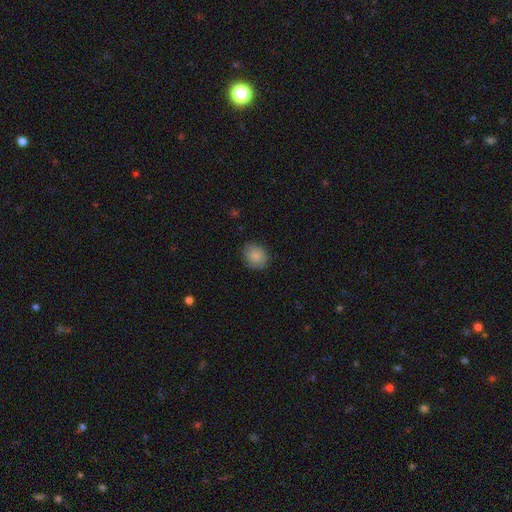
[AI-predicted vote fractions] Q: Smooth or featured?
A: smooth (85%); runner-up: star or artifact (8%)
Q: How rounded?
A: round (63%); runner-up: in between (36%)
Q: Merging?
A: none (82%); runner-up: minor disturbance (14%)